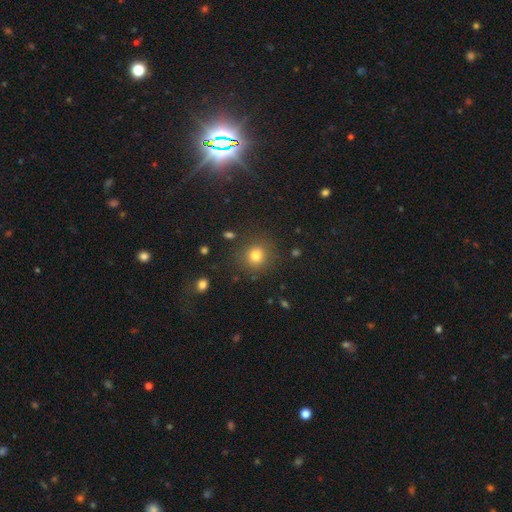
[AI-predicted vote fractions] A smooth galaxy with no disk features (78%) that is round (89%). Merging: none (85%).